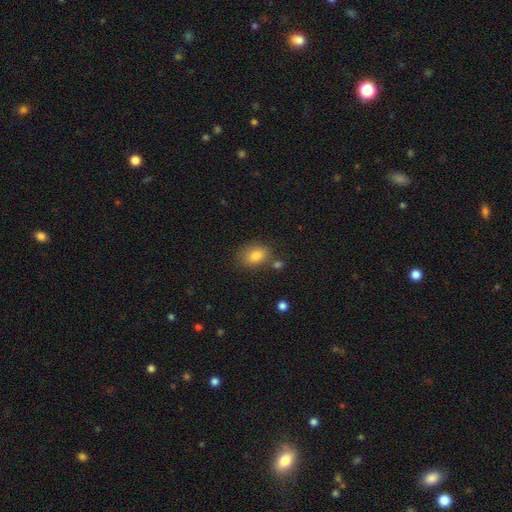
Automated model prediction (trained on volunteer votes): This appears to be a smooth galaxy with no disk features (84%) that is in between round and cigar-shaped (80%). Merging: none (71%).